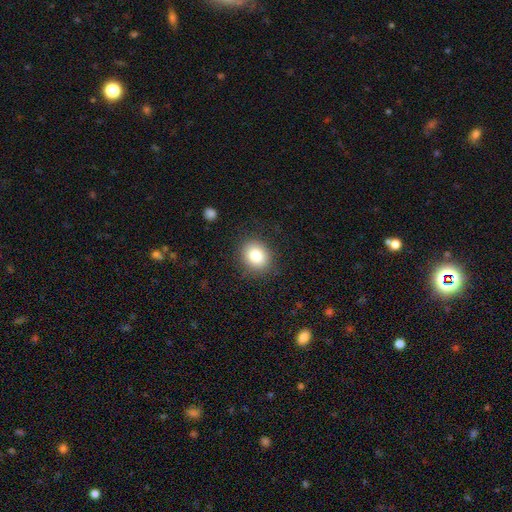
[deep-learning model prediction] The model was most divided on "how rounded": round: 64%, in between: 35%, cigar-shaped: 1%. More confident: merging — none (88%); smooth or featured — smooth (81%).